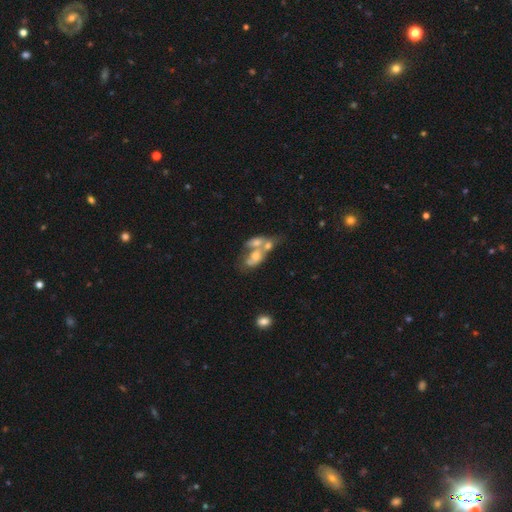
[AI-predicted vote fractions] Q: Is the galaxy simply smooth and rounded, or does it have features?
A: featured or disk — 47%.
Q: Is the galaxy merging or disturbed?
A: merger — 65%.